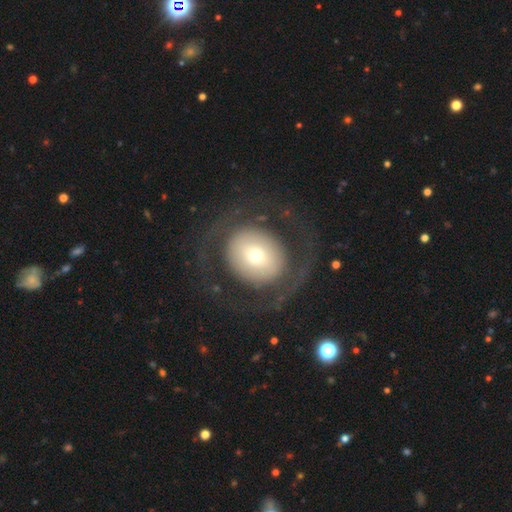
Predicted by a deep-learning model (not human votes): smooth-or-featured: featured or disk: 49% | smooth: 43% | star or artifact: 8%
  merging: none: 71% | major disturbance: 18% | minor disturbance: 10% | merger: 1%